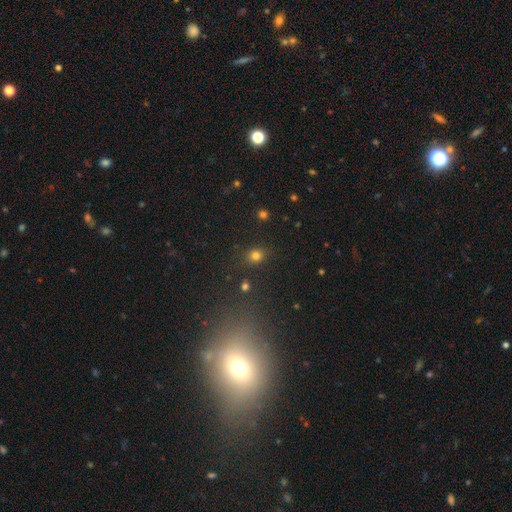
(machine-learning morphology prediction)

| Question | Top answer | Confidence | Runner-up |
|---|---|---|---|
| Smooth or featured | smooth | 78% | star or artifact (16%) |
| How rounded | round | 71% | in between (28%) |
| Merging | none | 84% | minor disturbance (9%) |